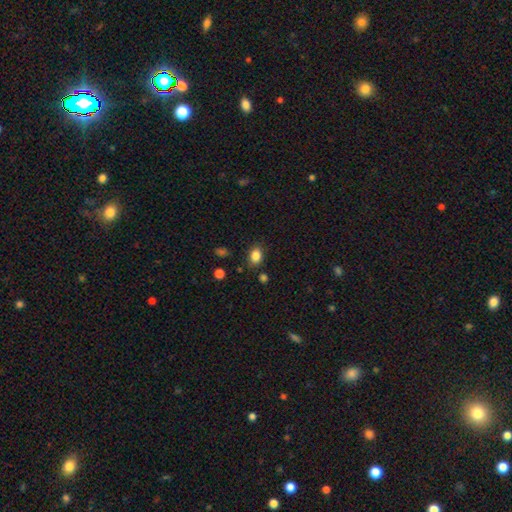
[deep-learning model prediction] Smooth or featured? Predicted: smooth (p=0.85). How rounded? Predicted: in between (p=0.67). Merging? Predicted: none (p=0.81).